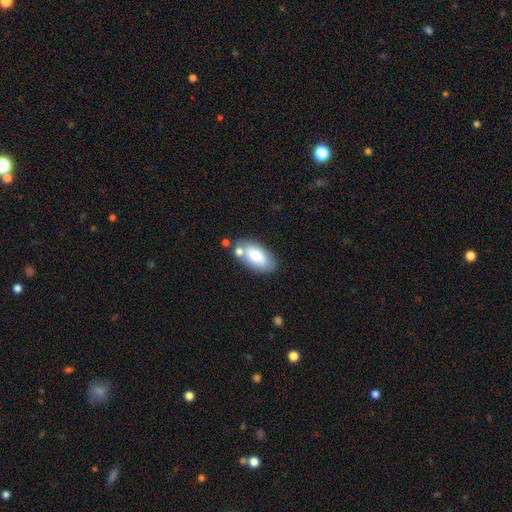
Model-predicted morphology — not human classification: This is likely a smooth galaxy (80%). How rounded: clearly in between (94%). Merging: likely none (66%).